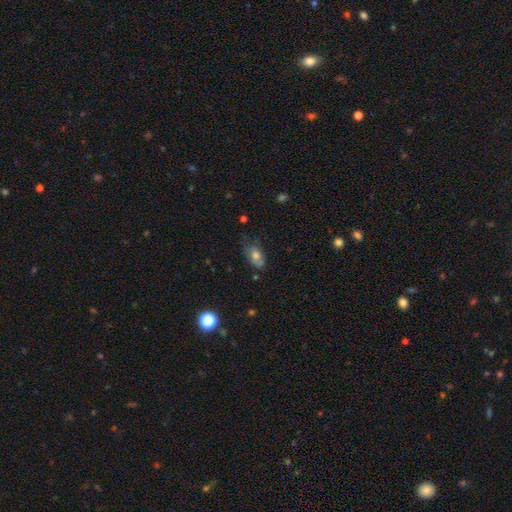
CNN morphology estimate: This appears to be a smooth galaxy with no disk features (68%) that is in between round and cigar-shaped (86%). Merging: none (58%).